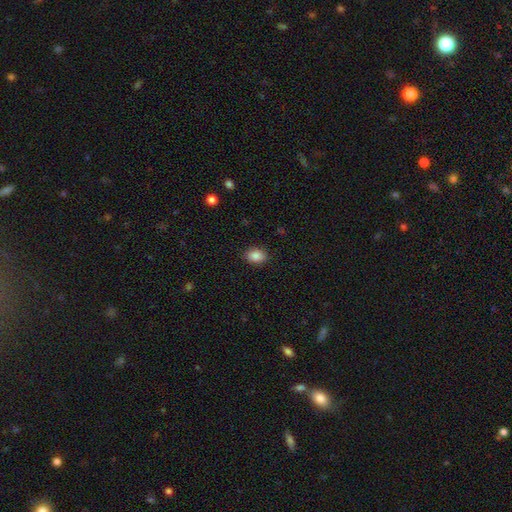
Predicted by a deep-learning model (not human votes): Morphology: type=smooth (87%); roundness=in between (69%); merging=none (89%).